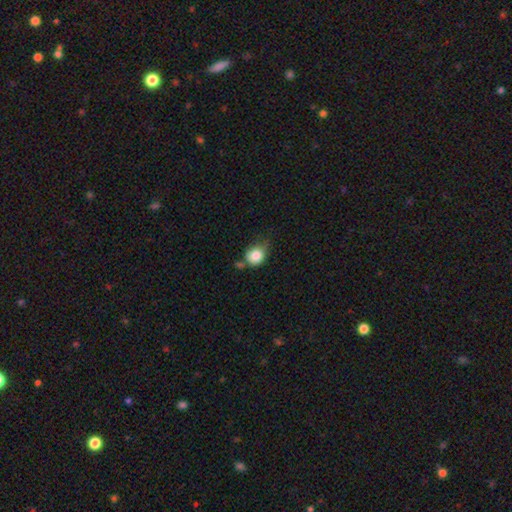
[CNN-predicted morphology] type=smooth (82%); roundness=round (71%); merging=none (40%).